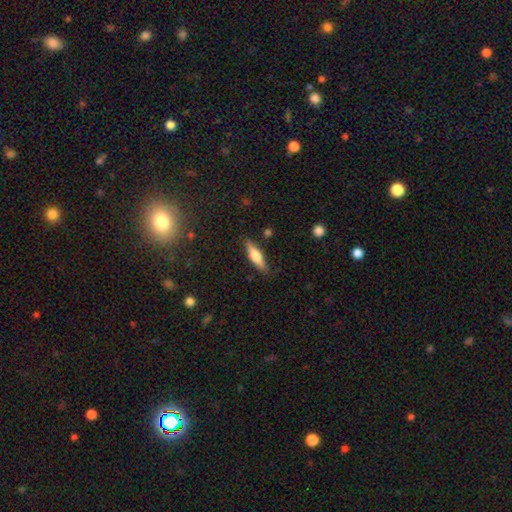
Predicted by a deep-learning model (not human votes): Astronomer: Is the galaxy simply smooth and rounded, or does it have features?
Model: smooth — 58% (runner-up: featured or disk, 36%).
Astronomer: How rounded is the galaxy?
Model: cigar-shaped — 66%.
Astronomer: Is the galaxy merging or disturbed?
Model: none — 85%.